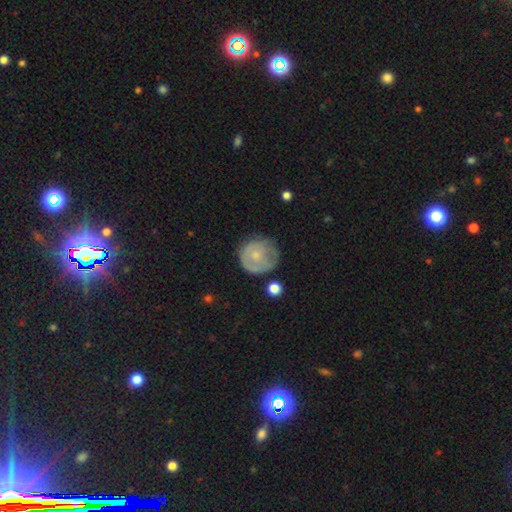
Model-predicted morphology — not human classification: A smooth galaxy with no disk features (52%) that is round (87%).

Vote fractions:
- Smooth or featured? smooth: 52% / featured or disk: 41% / star or artifact: 7%
- How rounded? round: 87% / in between: 12% / cigar-shaped: 1%
- Merging? none: 60% / minor disturbance: 26% / major disturbance: 11% / merger: 3%